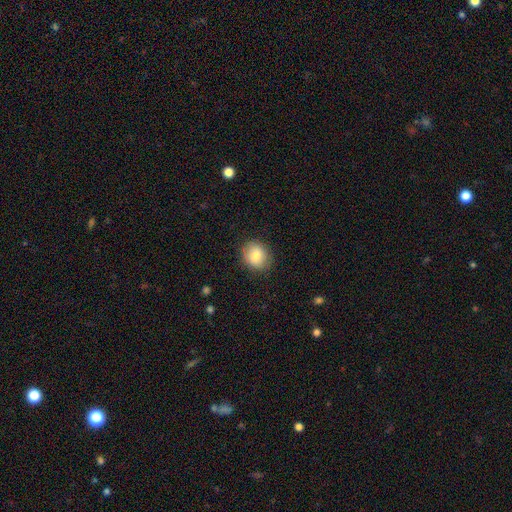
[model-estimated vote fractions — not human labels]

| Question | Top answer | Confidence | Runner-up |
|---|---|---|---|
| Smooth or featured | smooth | 83% | featured or disk (10%) |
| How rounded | round | 71% | in between (28%) |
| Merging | none | 85% | minor disturbance (11%) |